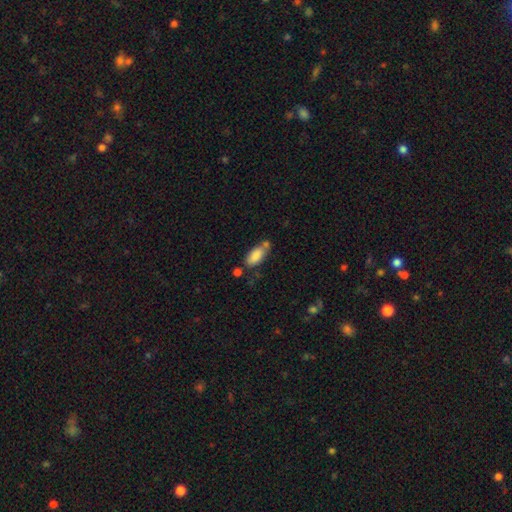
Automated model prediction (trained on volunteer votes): A smooth galaxy with no disk features (83%) that is in between round and cigar-shaped (86%). Merging: none (55%).